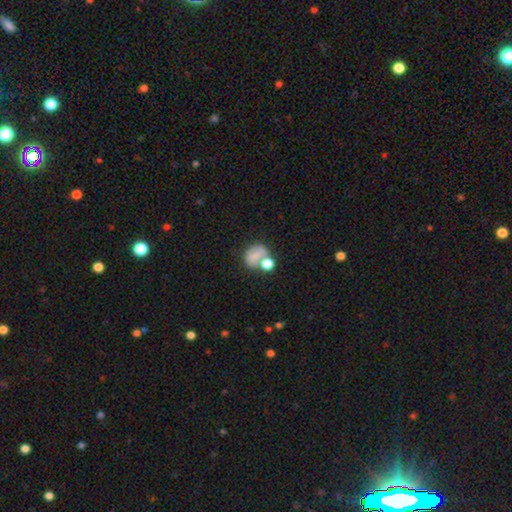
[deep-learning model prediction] Overall: smooth (68%). How rounded: round (57%; in between 42%). Merging: none (37%; merger 35%).